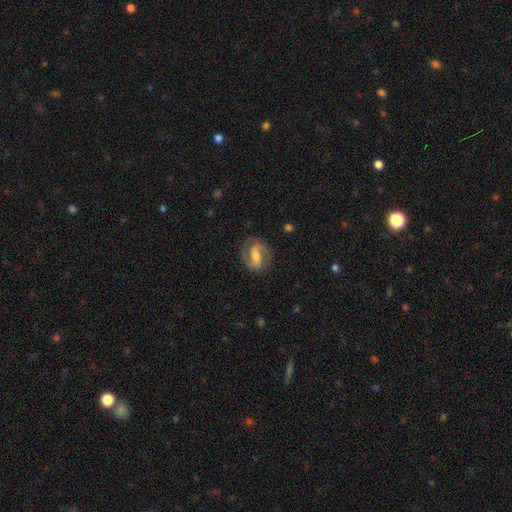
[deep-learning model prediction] Morphology: type=featured or disk (79%); edge-on=no (96%); bar=strong (43%); spiral arms=yes (93%); winding=medium (50%); arm count=2 (90%); bulge=moderate (47%); merging=none (81%).